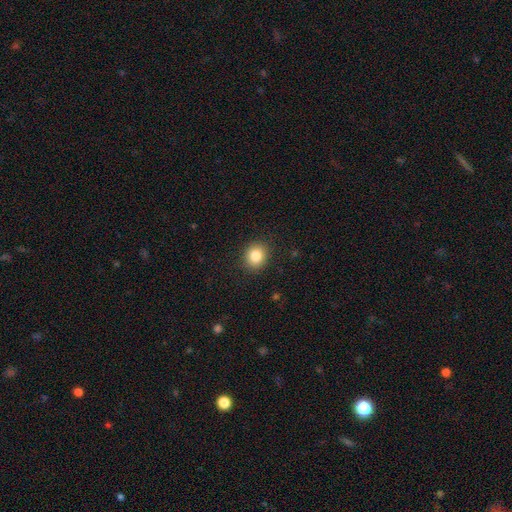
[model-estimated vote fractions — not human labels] Morphology: type=smooth (84%); roundness=round (78%); merging=none (90%).